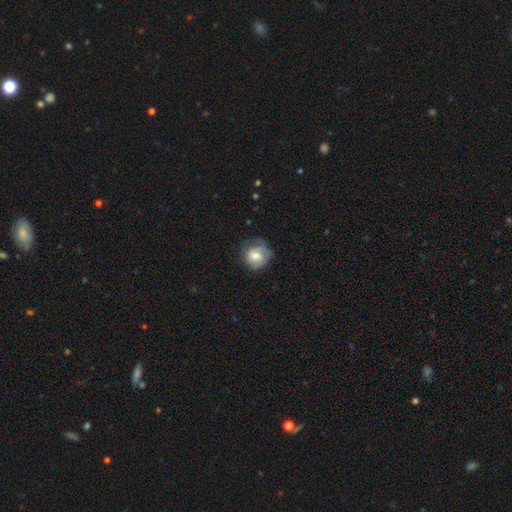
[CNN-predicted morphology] smooth 54%, featured or disk 38%, star or artifact 8%. Down the decision tree: how rounded — round (78%); merging — none (56%).